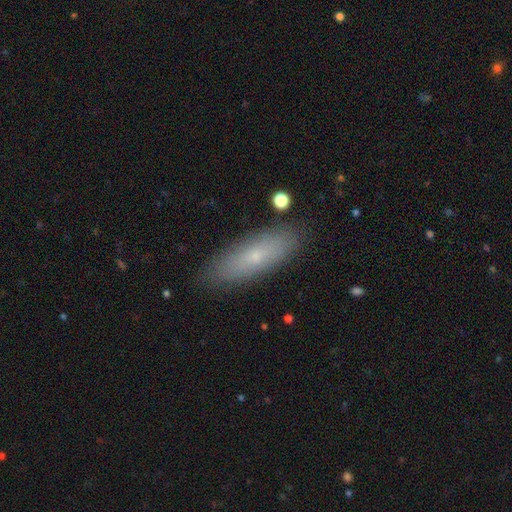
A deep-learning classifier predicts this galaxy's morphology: smooth-or-featured: smooth: 66% | featured or disk: 26% | star or artifact: 8%
  how-rounded: in between: 52% | cigar-shaped: 46% | round: 3%
  merging: none: 86% | minor disturbance: 10% | major disturbance: 2% | merger: 2%